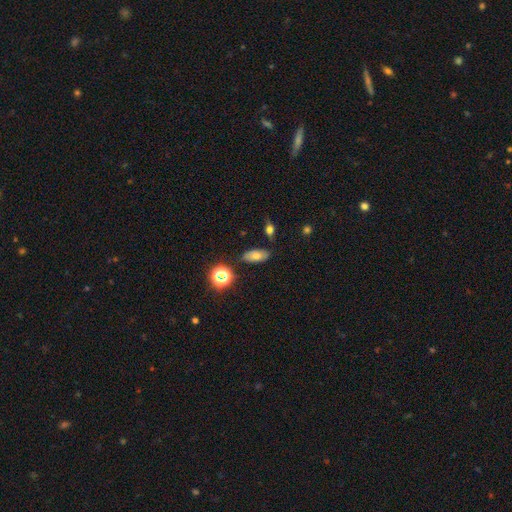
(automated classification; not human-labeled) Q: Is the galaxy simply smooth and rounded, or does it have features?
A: smooth — 71%.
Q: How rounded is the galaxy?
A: in between — 85%.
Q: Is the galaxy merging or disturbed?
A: none — 81%.